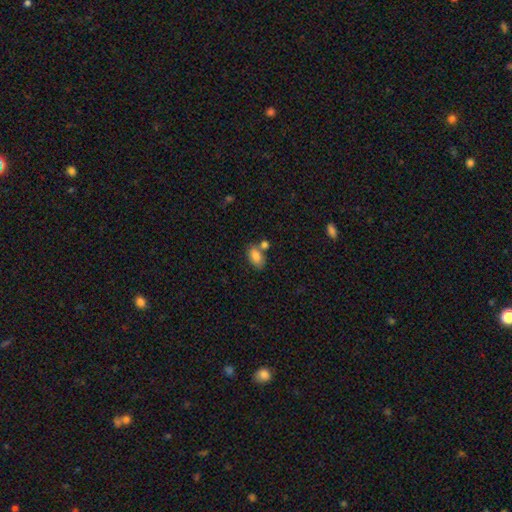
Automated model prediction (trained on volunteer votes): Smooth or featured? smooth (83%)
How rounded? in between (91%)
Merging? none (57%)